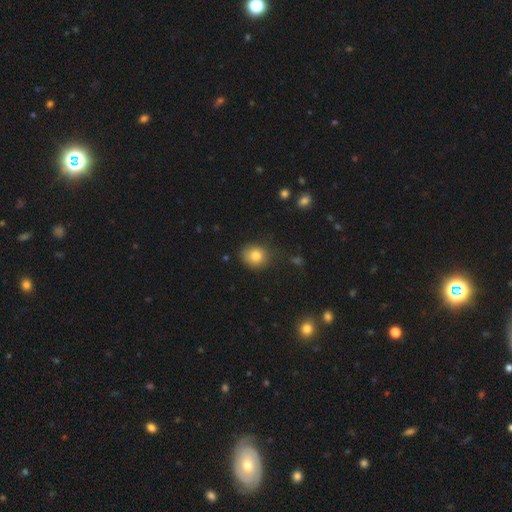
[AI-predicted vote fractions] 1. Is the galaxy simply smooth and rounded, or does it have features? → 80% smooth, 11% star or artifact, 9% featured or disk.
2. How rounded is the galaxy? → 67% round, 32% in between, 1% cigar-shaped.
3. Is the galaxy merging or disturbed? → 72% none, 21% minor disturbance, 5% major disturbance, 2% merger.